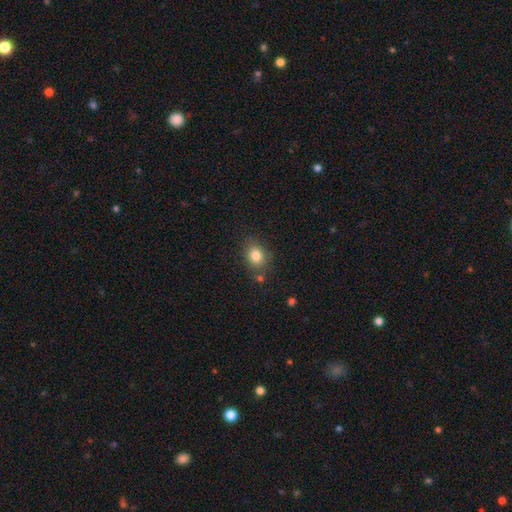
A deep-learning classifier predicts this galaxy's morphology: The model was most divided on "how rounded": in between: 53%, round: 46%, cigar-shaped: 1%. More confident: smooth or featured — smooth (83%); merging — none (75%).